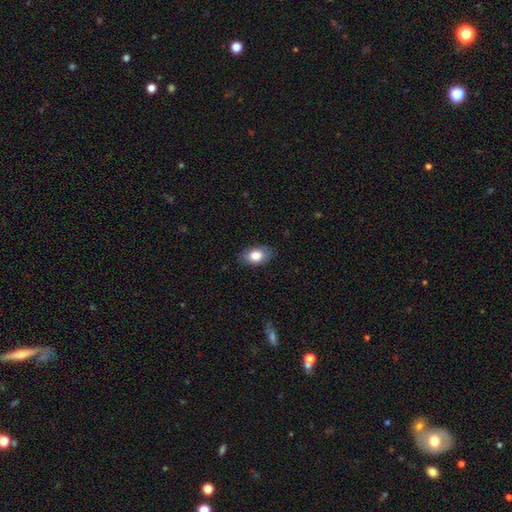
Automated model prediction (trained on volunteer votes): Smooth or featured?
  - smooth: 81% *
  - featured or disk: 12%
  - star or artifact: 7%
How rounded?
  - in between: 89% *
  - round: 10%
  - cigar-shaped: 2%
Merging?
  - none: 84% *
  - minor disturbance: 12%
  - major disturbance: 3%
  - merger: 1%